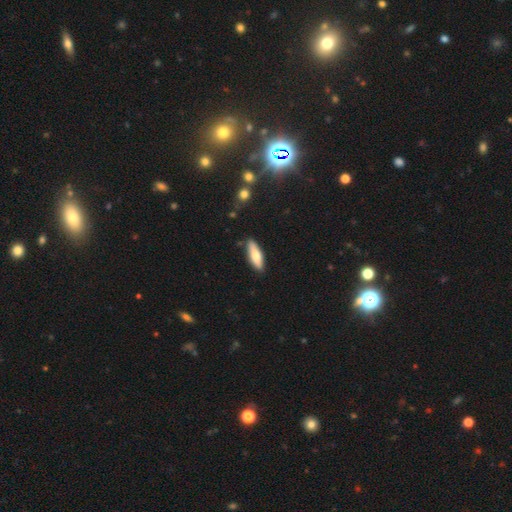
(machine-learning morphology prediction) A smooth galaxy with no disk features (70%) that is in between round and cigar-shaped (49%, tied with cigar-shaped).

Vote fractions:
- Smooth or featured? smooth: 70% / featured or disk: 24% / star or artifact: 6%
- How rounded? in between: 49% (tied) / cigar-shaped: 49% (tied) / round: 2%
- Merging? none: 84% / minor disturbance: 12% / major disturbance: 2% / merger: 2%